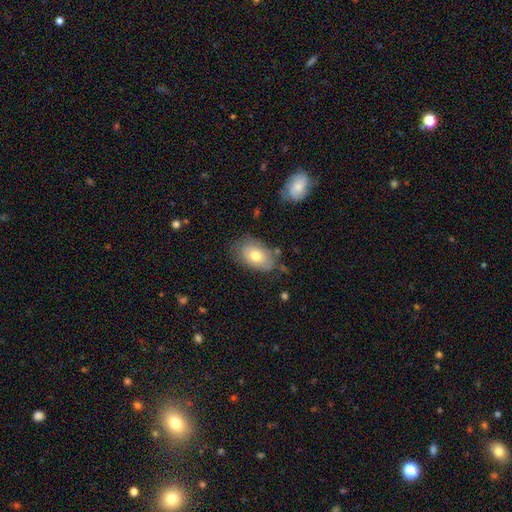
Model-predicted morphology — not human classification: smooth-or-featured: smooth: 67% | featured or disk: 26% | star or artifact: 7%
  how-rounded: in between: 88% | round: 10% | cigar-shaped: 1%
  merging: none: 67% | minor disturbance: 23% | major disturbance: 7% | merger: 3%